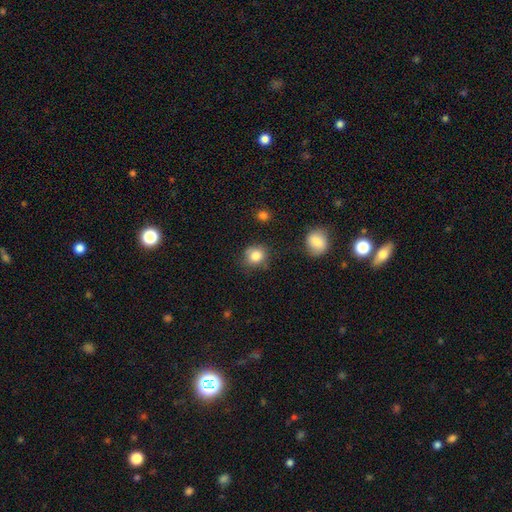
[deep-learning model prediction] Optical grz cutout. It shows a smooth galaxy with no disk features (83%) that is round (76%). Merging: none (71%).